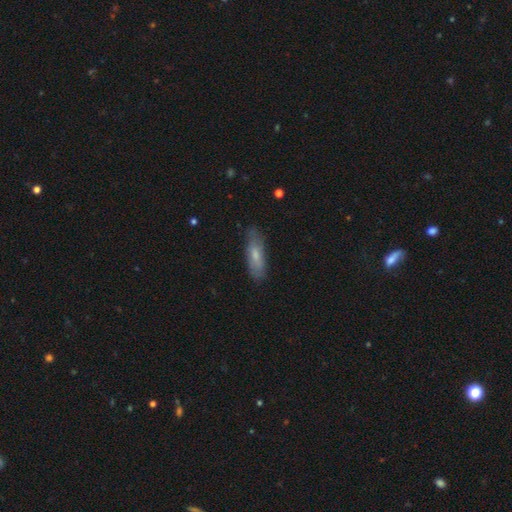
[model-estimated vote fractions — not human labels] Smooth or featured? Predicted: smooth (p=0.69). How rounded? Predicted: in between (p=0.51). Merging? Predicted: none (p=0.77).